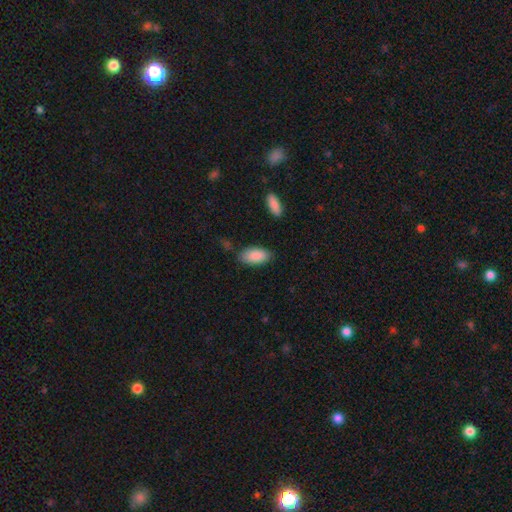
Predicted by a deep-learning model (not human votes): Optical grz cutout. It shows a smooth galaxy with no disk features (89%) that is in between round and cigar-shaped (93%). Merging: none (79%).